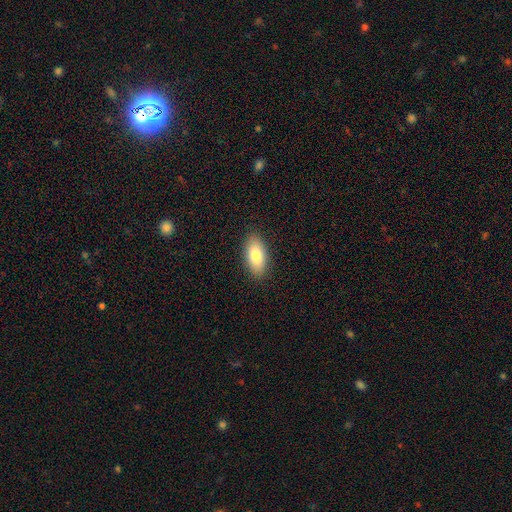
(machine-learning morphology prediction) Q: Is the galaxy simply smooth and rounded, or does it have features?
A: smooth — 82%.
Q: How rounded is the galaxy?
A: in between — 91%.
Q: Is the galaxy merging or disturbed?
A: none — 89%.